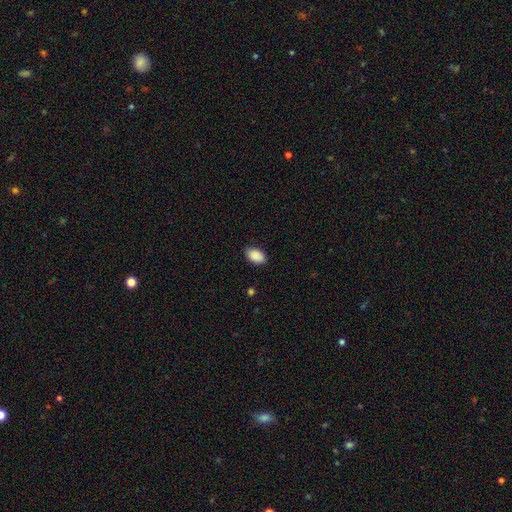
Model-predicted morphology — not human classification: smooth_or_featured: smooth (p=0.90) [alt: star or artifact p=0.07]
how_rounded: in between (p=0.91) [alt: round p=0.08]
merging: none (p=0.86) [alt: minor disturbance p=0.11]